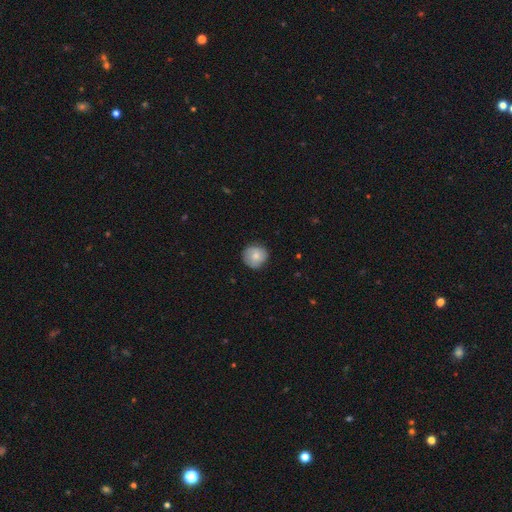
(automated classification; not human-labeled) This is likely a smooth galaxy (72%). How rounded: clearly round (91%). Merging: clearly none (83%).